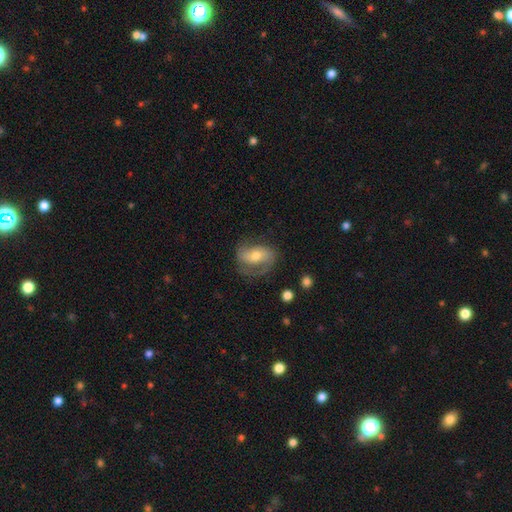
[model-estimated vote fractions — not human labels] Overall: featured or disk (69%). Edge-on disk: no (96%). Bar: no (40%; weak 36%). Spiral arms: yes (88%). Spiral arm count: 2 (71%). Spiral winding: medium (44%; loose 32%). Bulge size: moderate (59%; small 33%). Merging: none (60%; minor disturbance 22%).